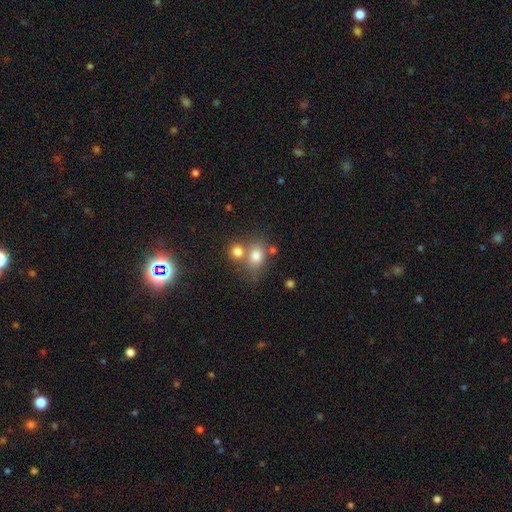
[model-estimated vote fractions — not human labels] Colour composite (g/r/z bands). It shows a smooth galaxy with no disk features (77%) that is round (53%). Merging: none (44%).